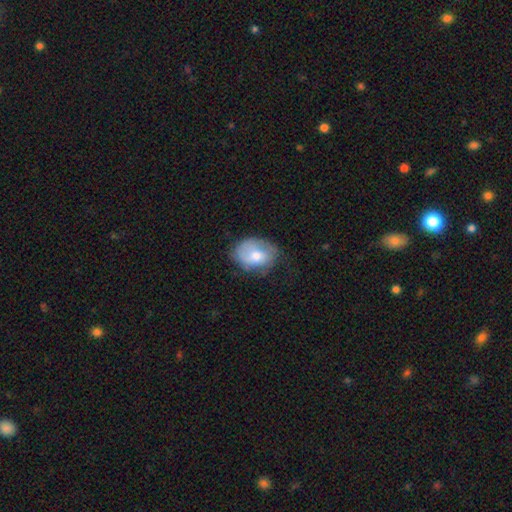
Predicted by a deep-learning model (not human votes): smooth-or-featured: smooth: 61% | featured or disk: 32% | star or artifact: 7%
  how-rounded: in between: 64% | round: 35% | cigar-shaped: 1%
  merging: none: 58% | minor disturbance: 29% | major disturbance: 12% | merger: 2%